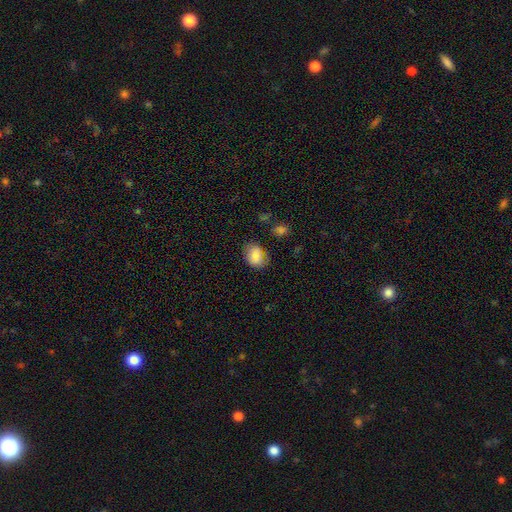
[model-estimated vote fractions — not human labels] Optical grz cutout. It shows a smooth galaxy with no disk features (79%) that is in between round and cigar-shaped (61%). Merging: none (65%).